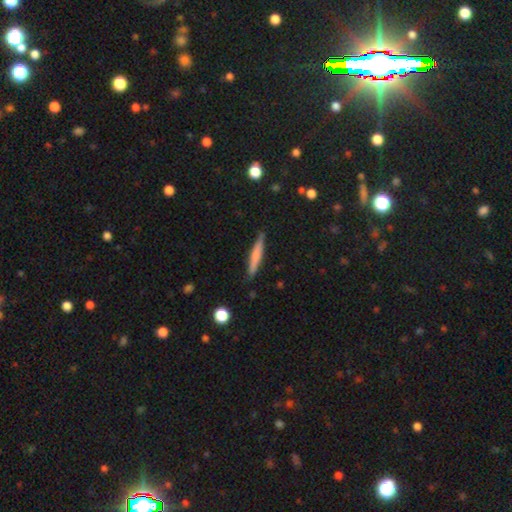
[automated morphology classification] This appears to be a smooth galaxy with no disk features (64%) that is cigar-shaped (93%). Merging: none (86%).